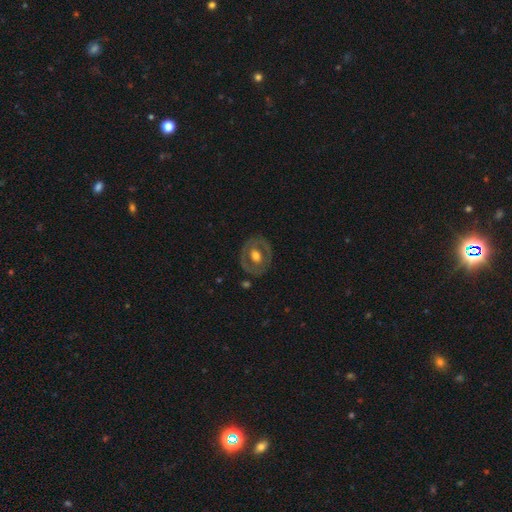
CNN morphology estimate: This appears to be a featured or disk galaxy (60%) with no bar (70%), no spiral arms (81%) and a moderate central bulge (64%). Merging: none (79%).